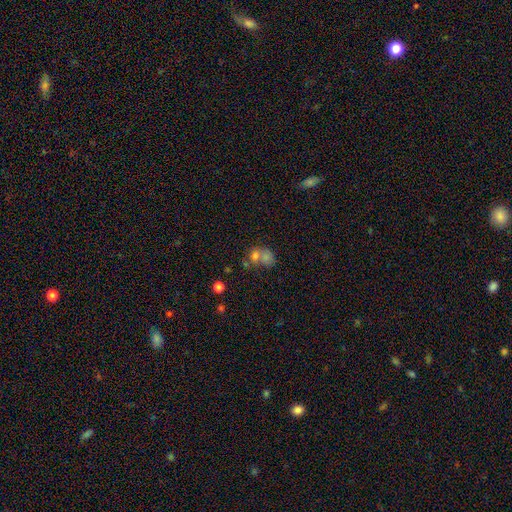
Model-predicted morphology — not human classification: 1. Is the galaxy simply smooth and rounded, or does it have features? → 67% smooth, 20% featured or disk, 13% star or artifact.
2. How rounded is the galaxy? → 57% round, 42% in between, 1% cigar-shaped.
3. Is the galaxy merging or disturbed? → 63% merger, 24% none, 8% minor disturbance, 6% major disturbance.